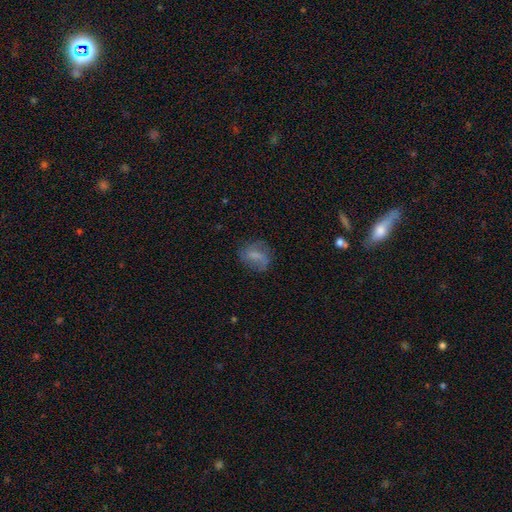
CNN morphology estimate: smooth_or_featured: smooth (p=0.59) [alt: featured or disk p=0.31]
how_rounded: in between (p=0.57) [alt: round p=0.38]
merging: none (p=0.66) [alt: minor disturbance p=0.22]